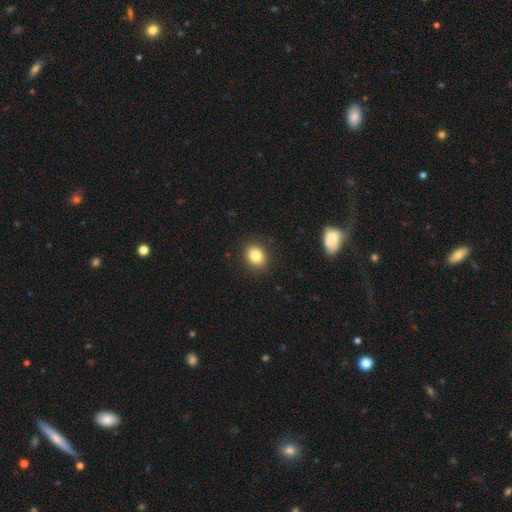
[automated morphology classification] Smooth or featured? Predicted: smooth (p=0.83). How rounded? Predicted: round (p=0.56). Merging? Predicted: none (p=0.89).